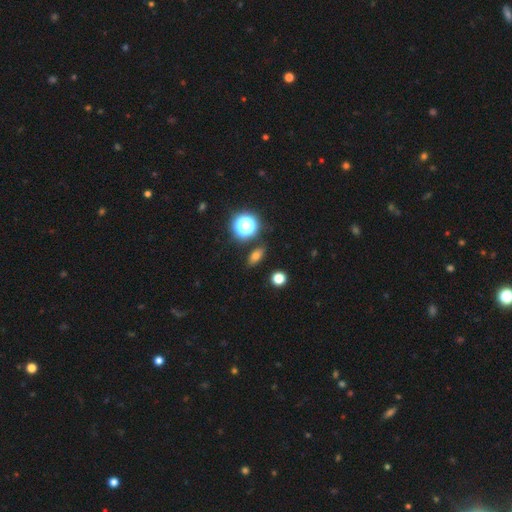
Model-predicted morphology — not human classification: Smooth or featured? smooth (72%)
How rounded? in between (71%)
Merging? none (86%)